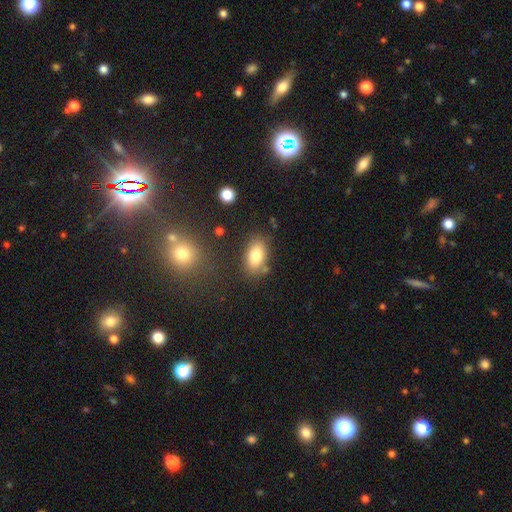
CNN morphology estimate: Smooth or featured?
  - smooth: 80% *
  - featured or disk: 11%
  - star or artifact: 9%
How rounded?
  - in between: 88% *
  - round: 10%
  - cigar-shaped: 2%
Merging?
  - none: 77% *
  - minor disturbance: 13%
  - merger: 6%
  - major disturbance: 4%